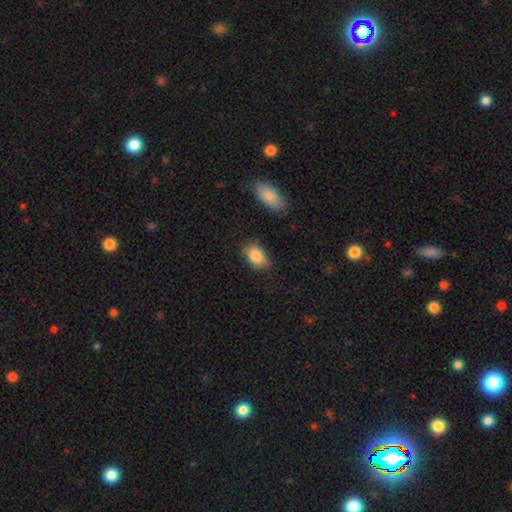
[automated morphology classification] Smooth or featured: smooth — 86% (star or artifact — 7%)
How rounded: in between — 88% (round — 10%)
Merging: none — 71% (minor disturbance — 22%)